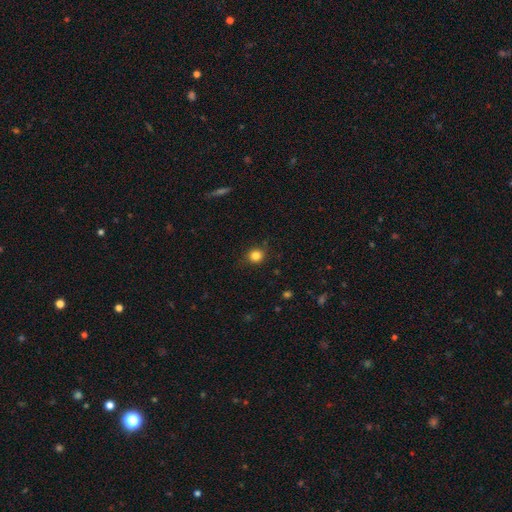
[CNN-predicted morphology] This appears to be a smooth galaxy with no disk features (82%) that is round (85%). Merging: none (81%).